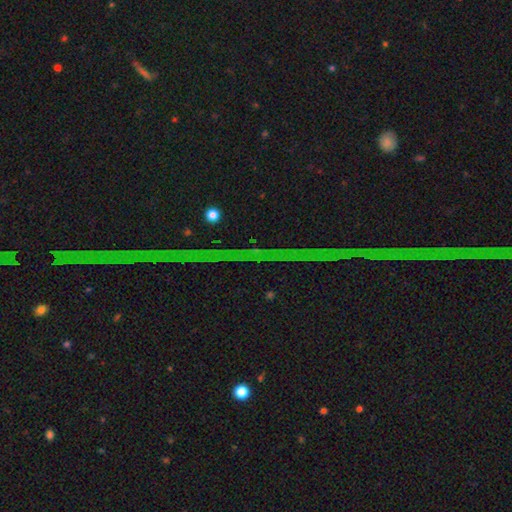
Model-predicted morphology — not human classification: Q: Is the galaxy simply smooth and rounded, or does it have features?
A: star or artifact — 86%.